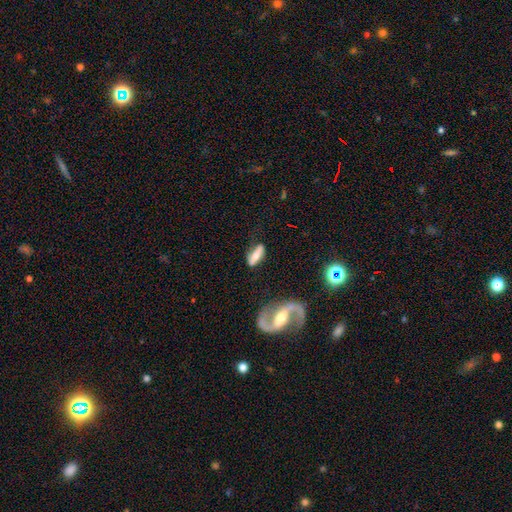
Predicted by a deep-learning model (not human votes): A featured or disk galaxy (49%). Merging: none (70%).